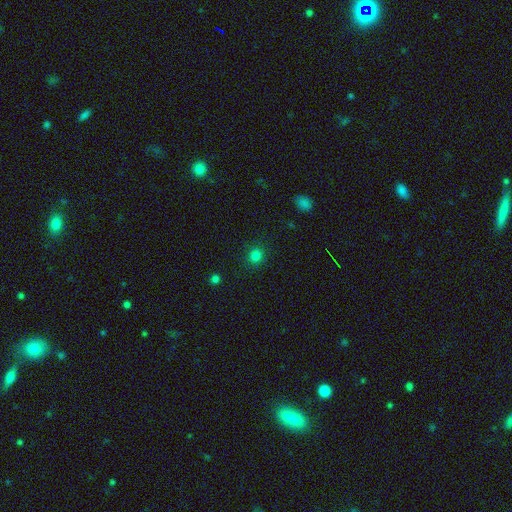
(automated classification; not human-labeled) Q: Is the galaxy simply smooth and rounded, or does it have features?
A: smooth — 81%.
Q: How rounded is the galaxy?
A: round — 90%.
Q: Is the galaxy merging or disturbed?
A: none — 90%.